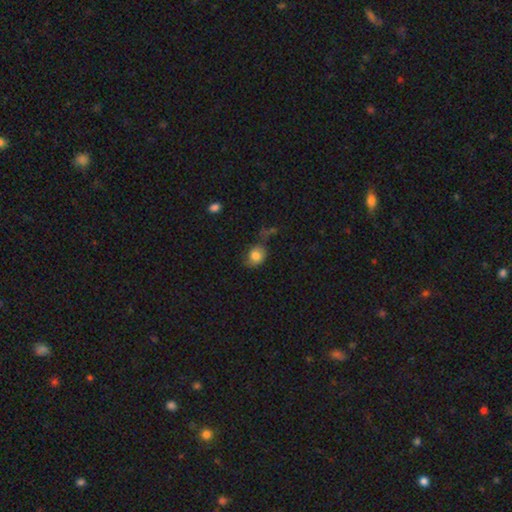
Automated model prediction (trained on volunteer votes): Q: Smooth or featured?
A: smooth (74%); runner-up: featured or disk (17%)
Q: How rounded?
A: round (51%); runner-up: in between (48%)
Q: Merging?
A: none (51%); runner-up: minor disturbance (29%)